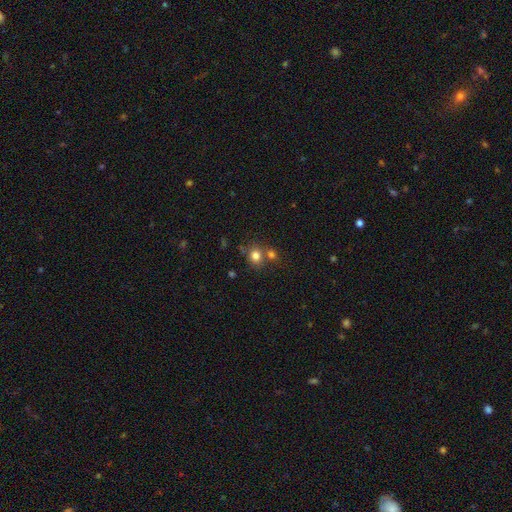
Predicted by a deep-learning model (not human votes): smooth_or_featured: smooth (p=0.79) [alt: star or artifact p=0.13]
how_rounded: round (p=0.78) [alt: in between p=0.21]
merging: none (p=0.56) [alt: merger p=0.32]